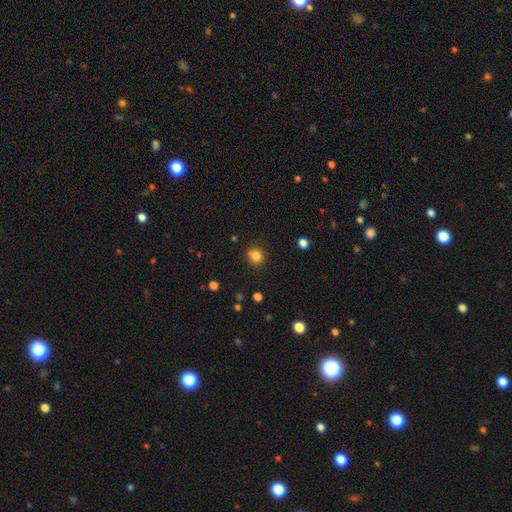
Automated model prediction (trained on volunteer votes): Smooth or featured? Predicted: smooth (p=0.81). How rounded? Predicted: round (p=0.83). Merging? Predicted: none (p=0.78).